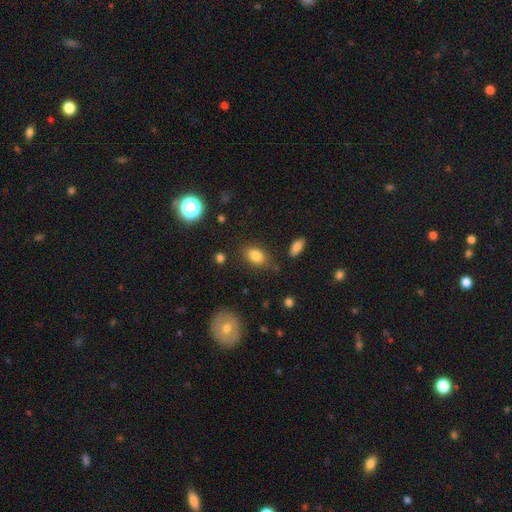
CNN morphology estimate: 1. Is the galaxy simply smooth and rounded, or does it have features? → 83% smooth, 10% star or artifact, 8% featured or disk.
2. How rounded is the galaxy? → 85% in between, 12% round, 2% cigar-shaped.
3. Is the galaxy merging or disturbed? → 76% none, 16% minor disturbance, 4% major disturbance, 3% merger.